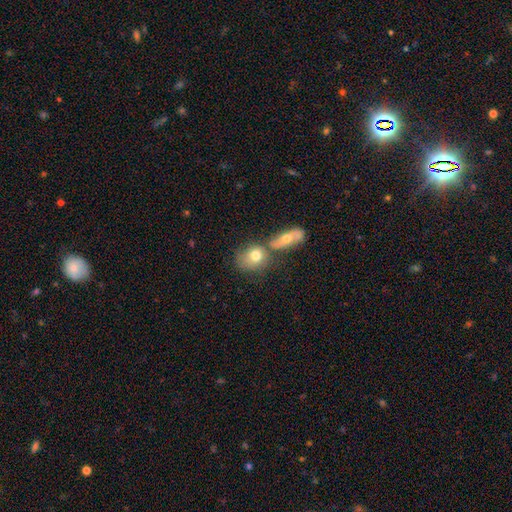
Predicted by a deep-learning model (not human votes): A smooth galaxy with no disk features (73%) that is in between round and cigar-shaped (51%). Merging: merger (42%).